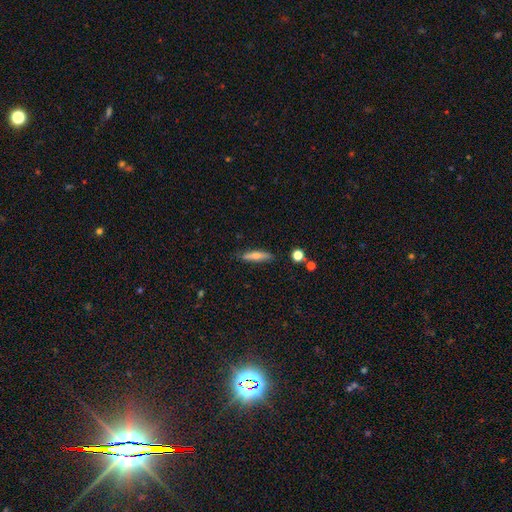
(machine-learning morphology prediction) Smooth or featured? Predicted: smooth (p=0.64). How rounded? Predicted: cigar-shaped (p=0.79). Merging? Predicted: none (p=0.84).